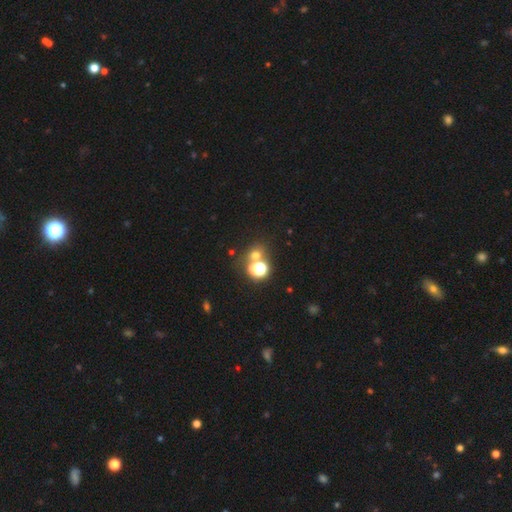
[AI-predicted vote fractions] Smooth or featured: smooth — 56% (star or artifact — 34%)
How rounded: round — 73% (in between — 25%)
Merging: none — 58% (merger — 29%)